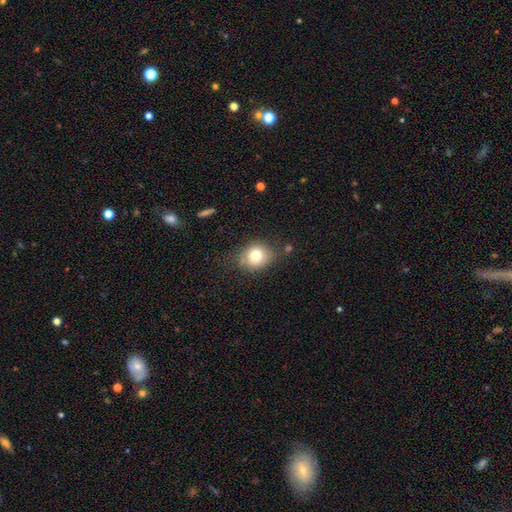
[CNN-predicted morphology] Smooth or featured? smooth (79%)
How rounded? round (63%)
Merging? none (68%)